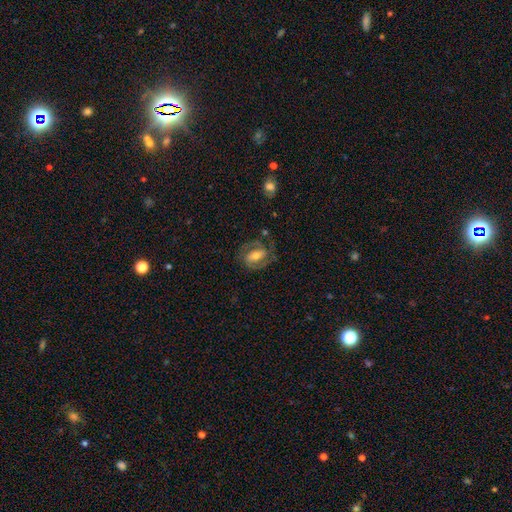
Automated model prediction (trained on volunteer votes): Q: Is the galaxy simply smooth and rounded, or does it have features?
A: featured or disk — 72%.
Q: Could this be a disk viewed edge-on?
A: no — 95%.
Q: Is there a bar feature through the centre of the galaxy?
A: strong — 42%.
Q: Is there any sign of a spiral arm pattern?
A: yes — 87%.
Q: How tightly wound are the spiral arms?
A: medium — 47%.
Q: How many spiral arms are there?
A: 2 — 83%.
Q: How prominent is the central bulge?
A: moderate — 58%.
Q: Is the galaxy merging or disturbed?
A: none — 68%.